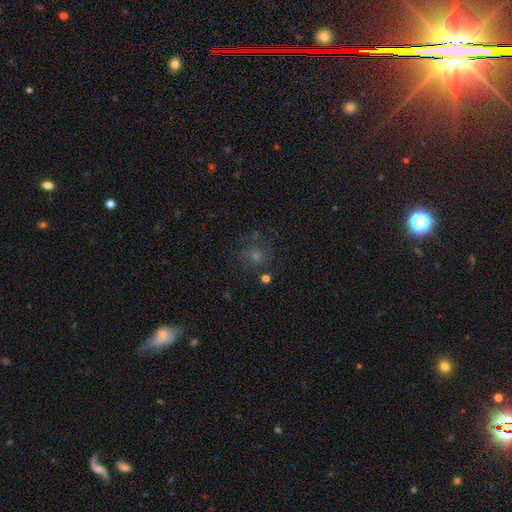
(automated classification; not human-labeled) smooth-or-featured: smooth: 42% | star or artifact: 38% | featured or disk: 20%
  merging: none: 75% | minor disturbance: 13% | major disturbance: 8% | merger: 4%